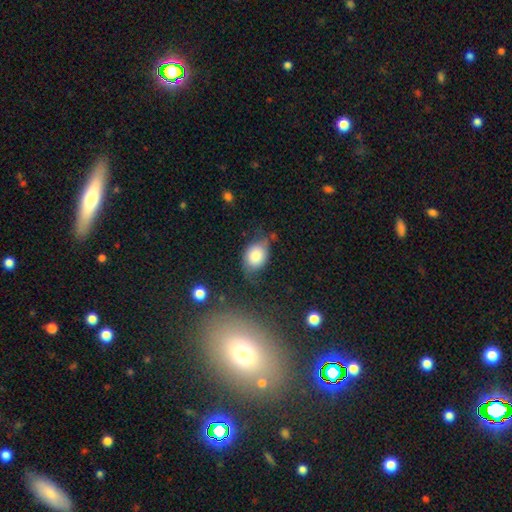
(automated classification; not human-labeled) smooth_or_featured: smooth (p=0.79) [alt: featured or disk p=0.12]
how_rounded: in between (p=0.71) [alt: round p=0.27]
merging: none (p=0.51) [alt: minor disturbance p=0.33]